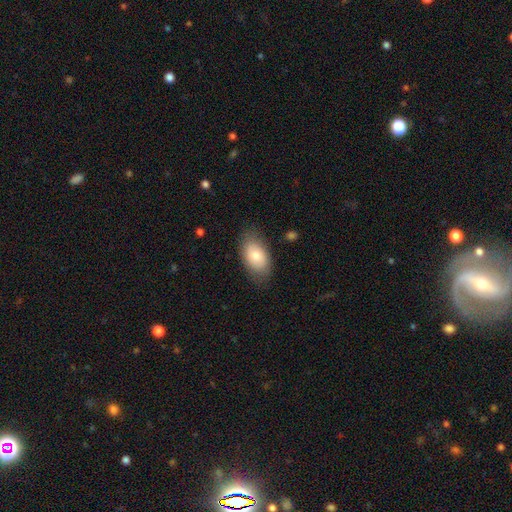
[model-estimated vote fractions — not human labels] A smooth galaxy with no disk features (78%) that is in between round and cigar-shaped (92%). Merging: none (79%).